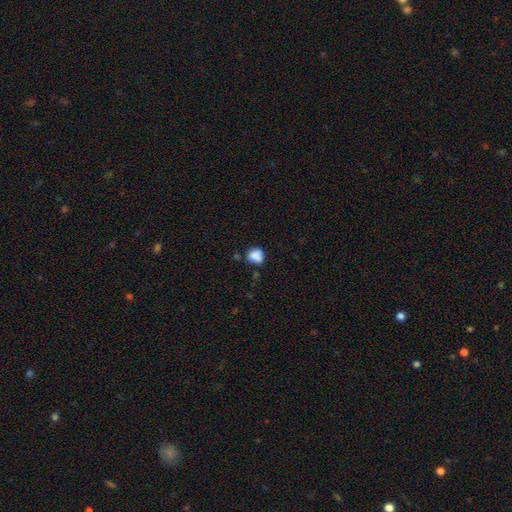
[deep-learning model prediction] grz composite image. It shows a smooth galaxy with no disk features (81%) that is round (64%). Merging: none (51%).